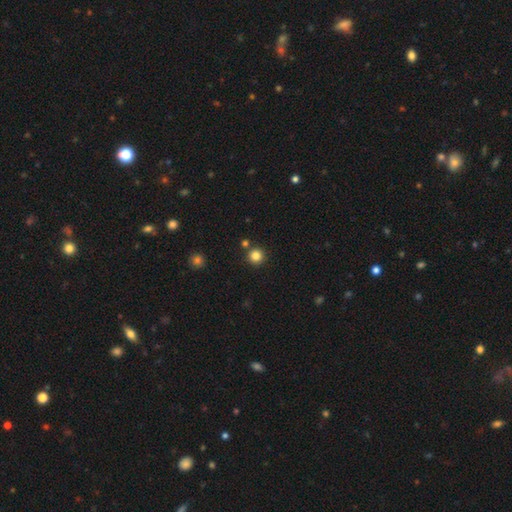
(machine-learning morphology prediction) smooth 83%, star or artifact 12%, featured or disk 5%. Down the decision tree: how rounded — round (95%); merging — none (85%).